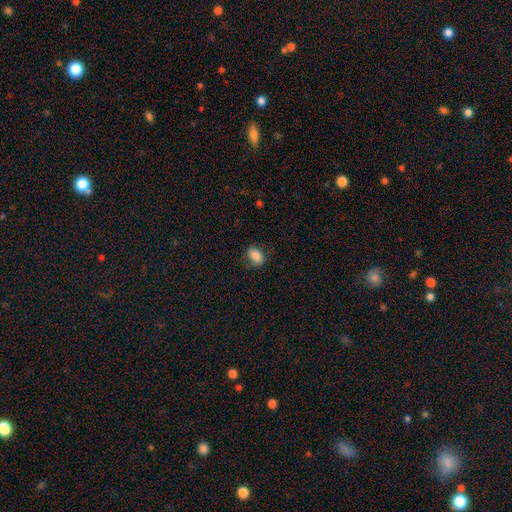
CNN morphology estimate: A smooth galaxy with no disk features (84%) that is in between round and cigar-shaped (78%).

Vote fractions:
- Smooth or featured? smooth: 84% / featured or disk: 8% / star or artifact: 8%
- How rounded? in between: 78% / round: 20% / cigar-shaped: 2%
- Merging? none: 75% / minor disturbance: 19% / major disturbance: 6% / merger: 1%